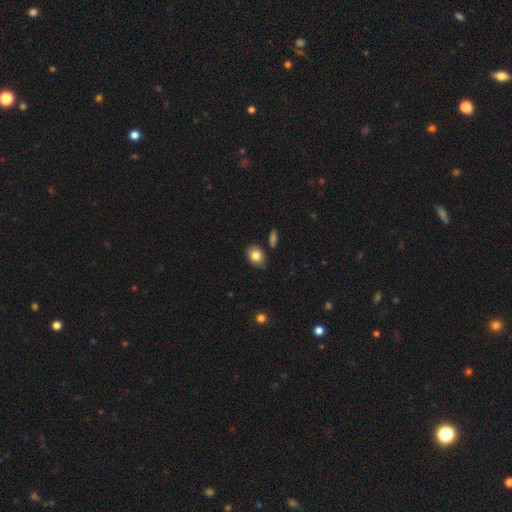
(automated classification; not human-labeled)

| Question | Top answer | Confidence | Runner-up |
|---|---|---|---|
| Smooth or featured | smooth | 81% | featured or disk (11%) |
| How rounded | in between | 71% | round (28%) |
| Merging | none | 78% | minor disturbance (15%) |